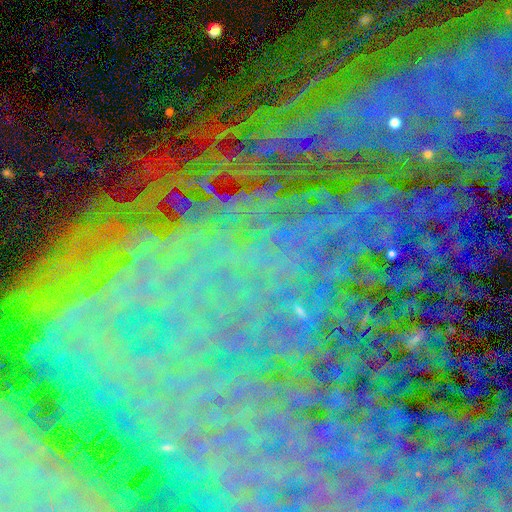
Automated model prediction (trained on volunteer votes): Smooth or featured? star or artifact (78%)